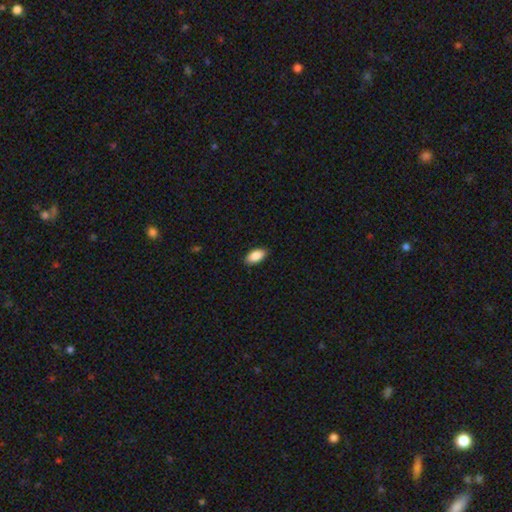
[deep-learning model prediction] Smooth or featured? smooth (89%)
How rounded? in between (93%)
Merging? none (89%)